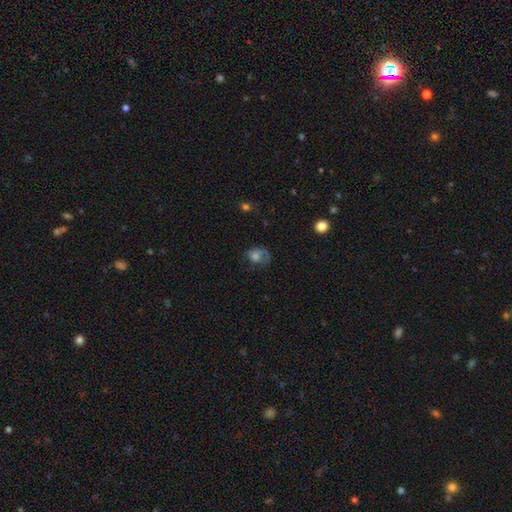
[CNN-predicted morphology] smooth_or_featured: smooth (p=0.57) [alt: featured or disk p=0.30]
how_rounded: round (p=0.50) [alt: in between p=0.49]
merging: none (p=0.38) [alt: major disturbance p=0.35]